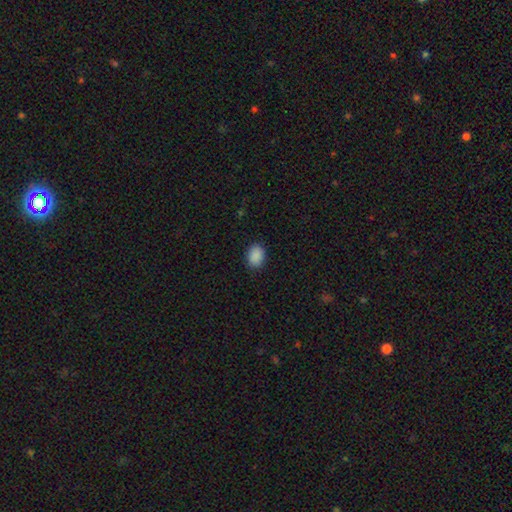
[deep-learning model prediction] Q: Smooth or featured?
A: smooth (90%); runner-up: star or artifact (8%)
Q: How rounded?
A: in between (76%); runner-up: round (23%)
Q: Merging?
A: none (89%); runner-up: minor disturbance (8%)